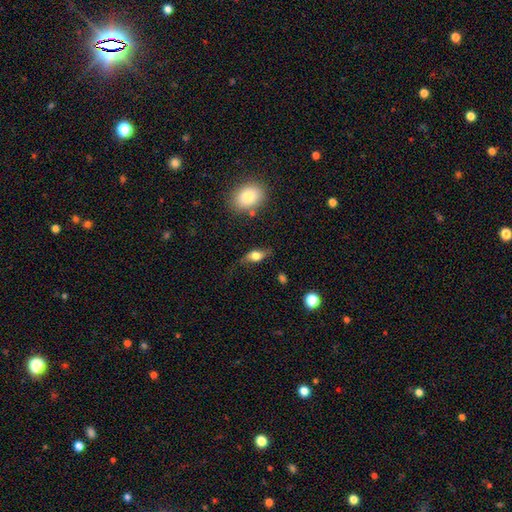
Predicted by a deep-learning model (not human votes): A smooth galaxy with no disk features (63%) that is in between round and cigar-shaped (77%).

Vote fractions:
- Smooth or featured? smooth: 63% / featured or disk: 29% / star or artifact: 8%
- How rounded? in between: 77% / cigar-shaped: 13% / round: 10%
- Merging? none: 65% / minor disturbance: 22% / major disturbance: 9% / merger: 3%